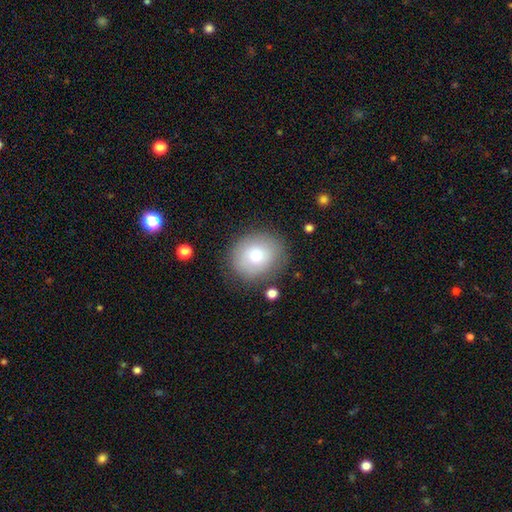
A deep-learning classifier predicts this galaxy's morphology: This is likely a smooth galaxy (73%). How rounded: likely round (78%). Merging: clearly none (81%).